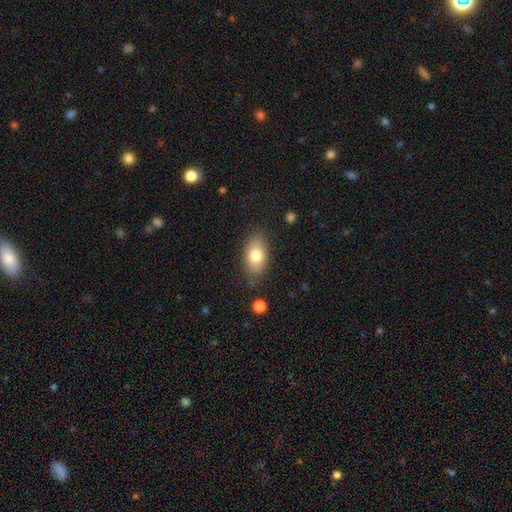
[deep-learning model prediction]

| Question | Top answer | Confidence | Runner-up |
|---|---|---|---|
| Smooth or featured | smooth | 77% | featured or disk (16%) |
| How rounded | in between | 89% | round (8%) |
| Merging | none | 81% | minor disturbance (14%) |